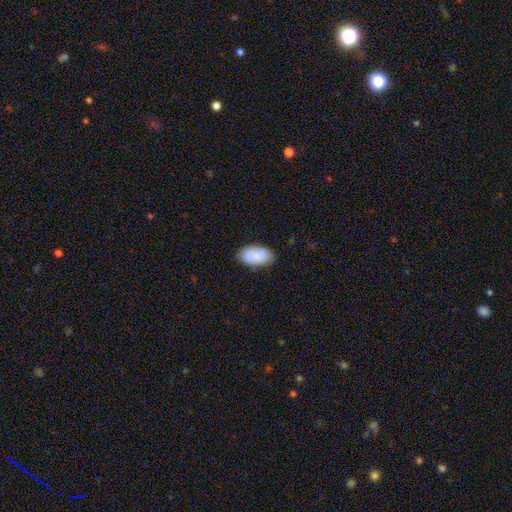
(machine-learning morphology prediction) Overall: smooth (83%). How rounded: in between (95%). Merging: none (82%).